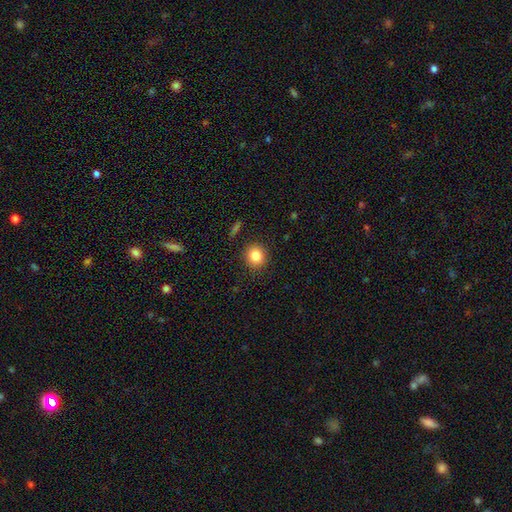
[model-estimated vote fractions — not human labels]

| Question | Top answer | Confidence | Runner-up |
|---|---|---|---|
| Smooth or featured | smooth | 84% | star or artifact (10%) |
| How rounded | round | 87% | in between (12%) |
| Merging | none | 89% | minor disturbance (8%) |